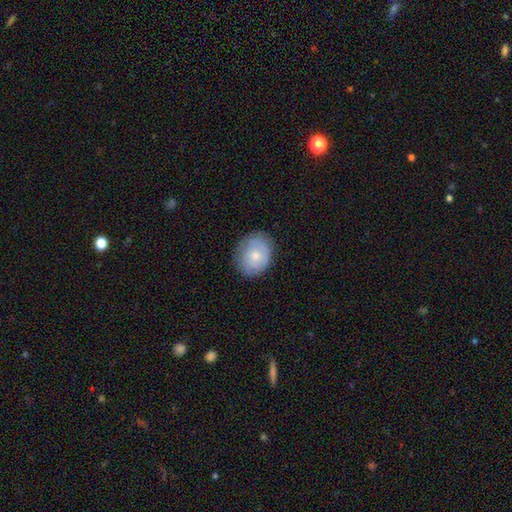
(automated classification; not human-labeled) This appears to be a smooth galaxy with no disk features (68%) that is round (54%). Merging: none (76%).